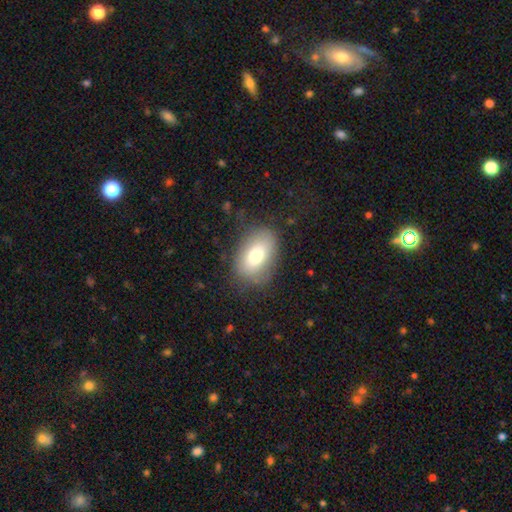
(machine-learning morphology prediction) Q: Smooth or featured?
A: smooth (76%); runner-up: featured or disk (16%)
Q: How rounded?
A: in between (89%); runner-up: round (9%)
Q: Merging?
A: none (74%); runner-up: minor disturbance (17%)